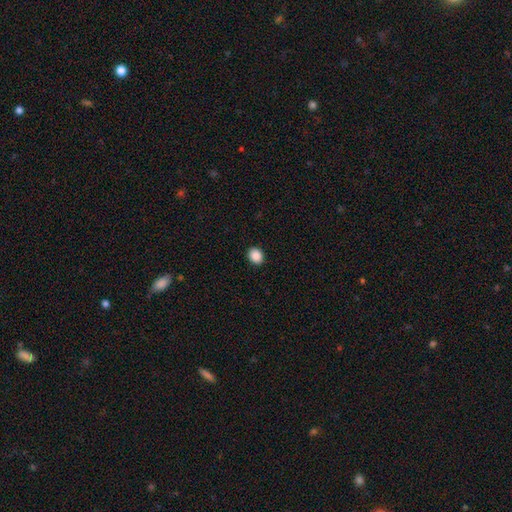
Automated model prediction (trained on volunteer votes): Q: Smooth or featured?
A: smooth (89%); runner-up: star or artifact (9%)
Q: How rounded?
A: round (56%); runner-up: in between (43%)
Q: Merging?
A: none (91%); runner-up: minor disturbance (6%)